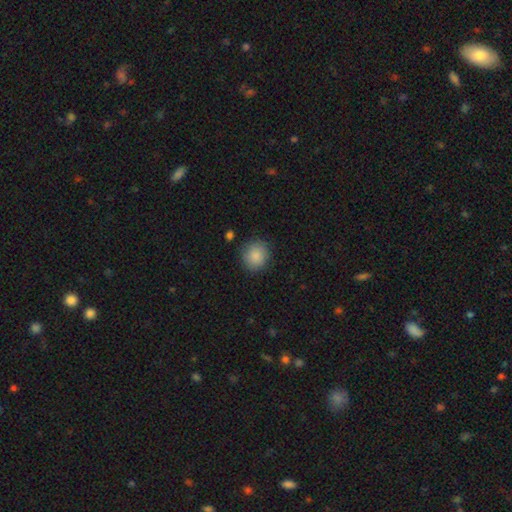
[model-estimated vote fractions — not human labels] Smooth or featured?
  - smooth: 88% *
  - star or artifact: 7%
  - featured or disk: 5%
How rounded?
  - round: 85% *
  - in between: 14%
  - cigar-shaped: 1%
Merging?
  - none: 85% *
  - minor disturbance: 10%
  - major disturbance: 3%
  - merger: 2%